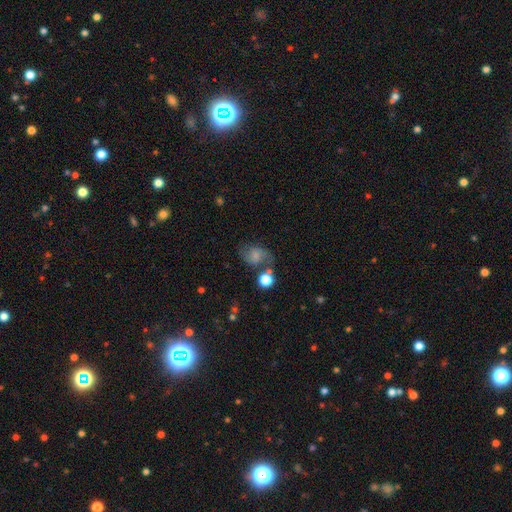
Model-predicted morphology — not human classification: A smooth galaxy with no disk features (51%) that is in between round and cigar-shaped (59%). Merging: none (51%).